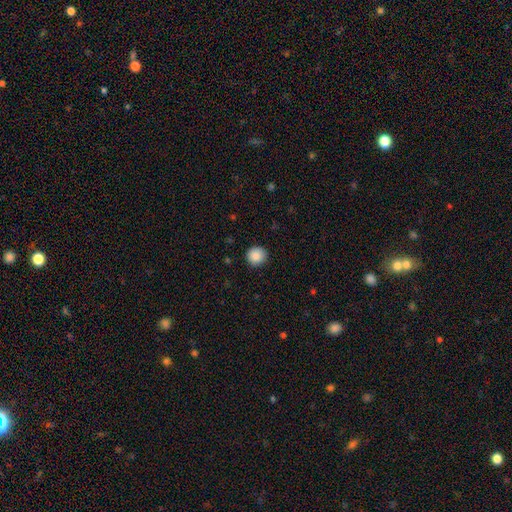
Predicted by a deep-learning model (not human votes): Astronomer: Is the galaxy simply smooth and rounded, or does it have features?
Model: smooth — 88%.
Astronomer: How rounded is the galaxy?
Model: round — 93%.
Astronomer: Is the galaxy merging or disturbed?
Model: none — 91%.